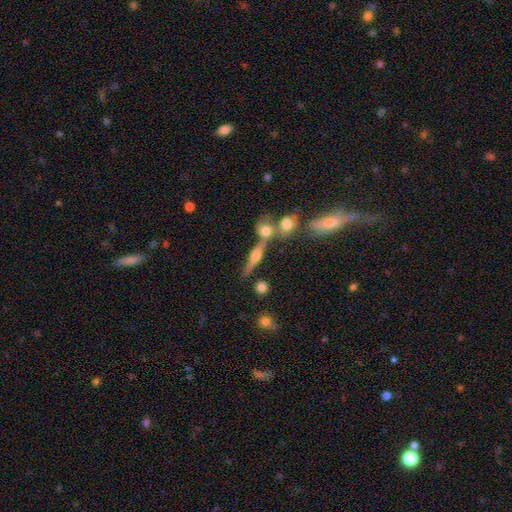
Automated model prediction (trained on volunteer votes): Smooth or featured?
  - featured or disk: 67% *
  - smooth: 24%
  - star or artifact: 9%
Edge-on disk?
  - yes: 93% *
  - no: 7%
Edge-on bulge?
  - rounded: 92% *
  - boxy: 5%
  - none: 3%
Merging?
  - none: 66% *
  - merger: 20%
  - minor disturbance: 10%
  - major disturbance: 4%